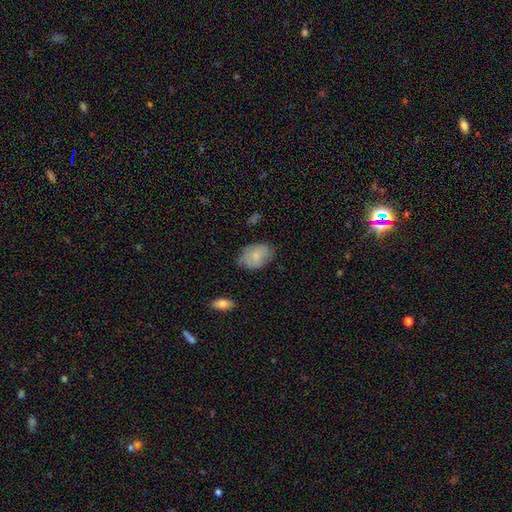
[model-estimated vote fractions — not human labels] The model was most divided on "merging": none: 72%, minor disturbance: 22%, major disturbance: 4%, merger: 2%. More confident: how rounded — in between (82%); smooth or featured — smooth (79%).